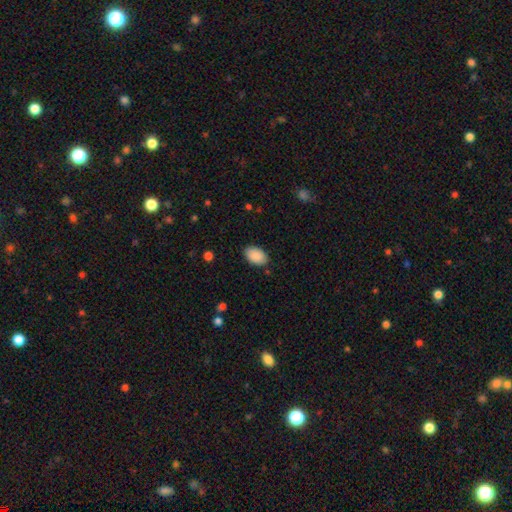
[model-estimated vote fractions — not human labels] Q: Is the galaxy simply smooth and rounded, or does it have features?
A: smooth — 90%.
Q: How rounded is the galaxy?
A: in between — 90%.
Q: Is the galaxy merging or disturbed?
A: none — 86%.